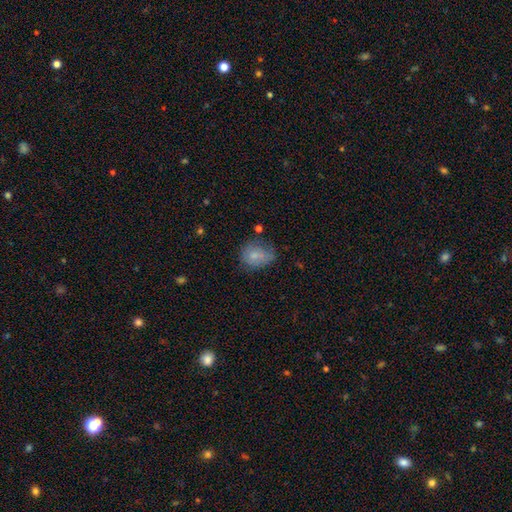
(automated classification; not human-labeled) A smooth galaxy with no disk features (76%) that is round (55%). Merging: none (49%).